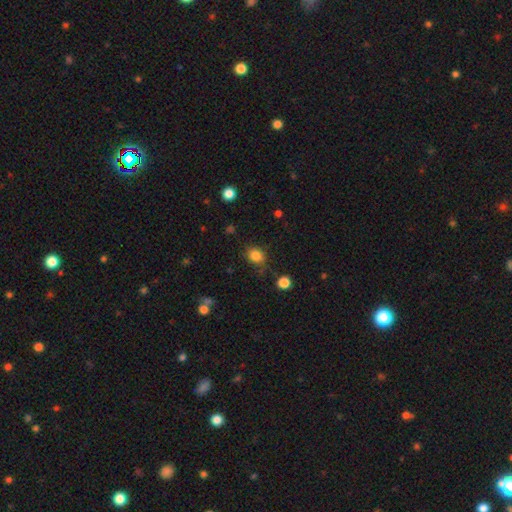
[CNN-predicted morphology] This appears to be a smooth galaxy with no disk features (84%) that is round (58%). Merging: none (77%).